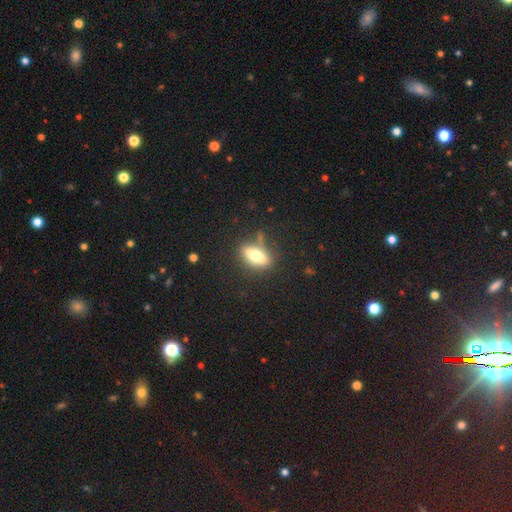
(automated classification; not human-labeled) A smooth galaxy with no disk features (66%) that is in between round and cigar-shaped (71%).

Vote fractions:
- Smooth or featured? smooth: 66% / featured or disk: 27% / star or artifact: 8%
- How rounded? in between: 71% / cigar-shaped: 24% / round: 5%
- Merging? none: 75% / minor disturbance: 15% / major disturbance: 6% / merger: 4%